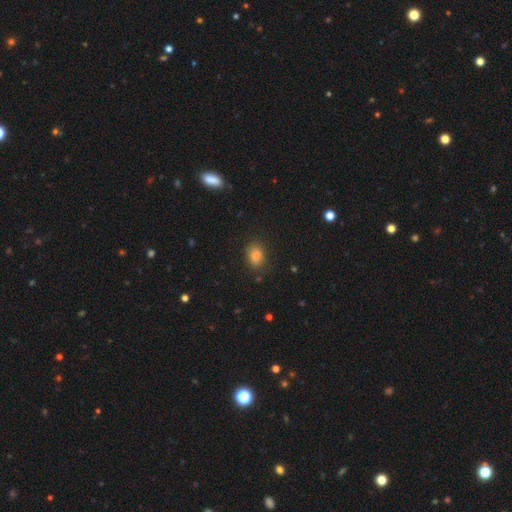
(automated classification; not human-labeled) This is clearly a smooth galaxy (85%). How rounded: likely in between (75%). Merging: likely none (79%).